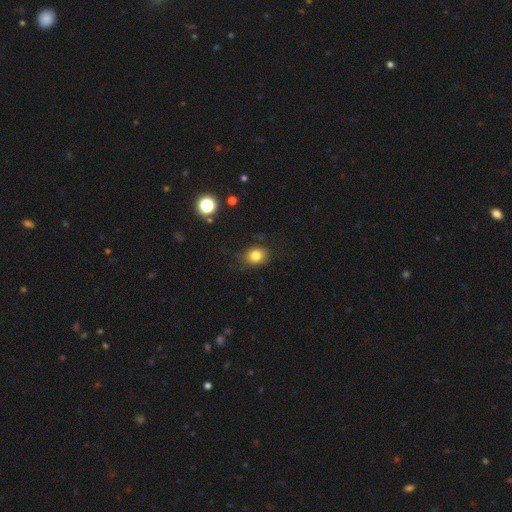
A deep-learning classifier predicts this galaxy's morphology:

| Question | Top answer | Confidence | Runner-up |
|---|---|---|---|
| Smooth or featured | smooth | 82% | star or artifact (12%) |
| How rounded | round | 60% | in between (39%) |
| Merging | none | 78% | minor disturbance (16%) |